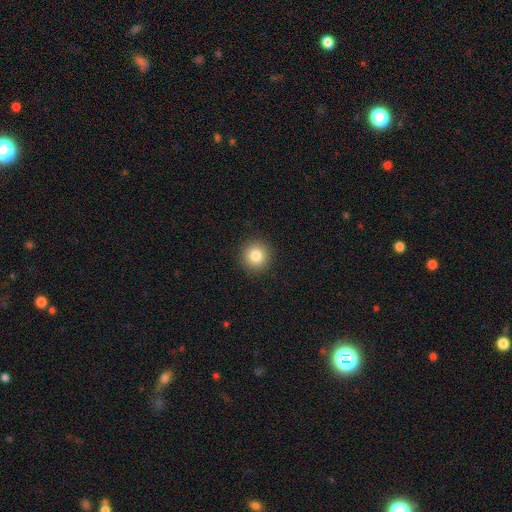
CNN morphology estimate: smooth_or_featured: smooth (p=0.82) [alt: star or artifact p=0.11]
how_rounded: round (p=0.95) [alt: in between p=0.05]
merging: none (p=0.92) [alt: minor disturbance p=0.05]